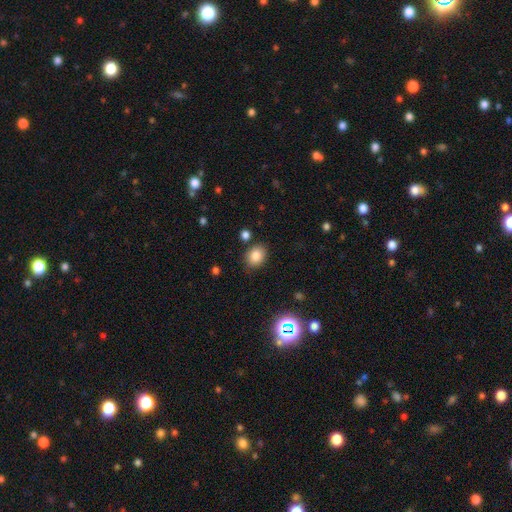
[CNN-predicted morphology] smooth-or-featured: smooth: 82% | star or artifact: 11% | featured or disk: 7%
  how-rounded: in between: 52% | round: 47% | cigar-shaped: 1%
  merging: none: 82% | minor disturbance: 12% | merger: 4% | major disturbance: 3%